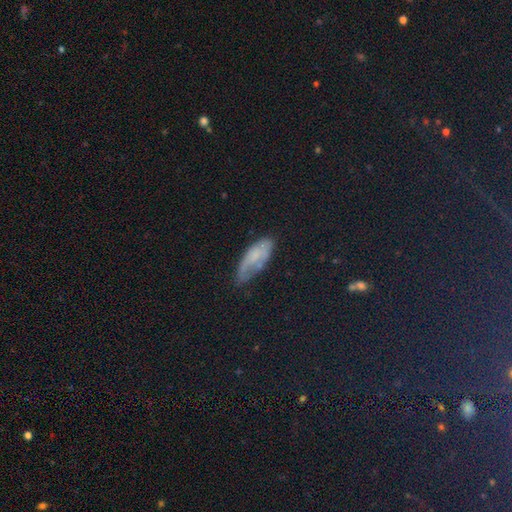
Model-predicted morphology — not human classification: Overall: smooth (57%; featured or disk 27%). How rounded: in between (72%). Merging: none (50%; minor disturbance 33%).